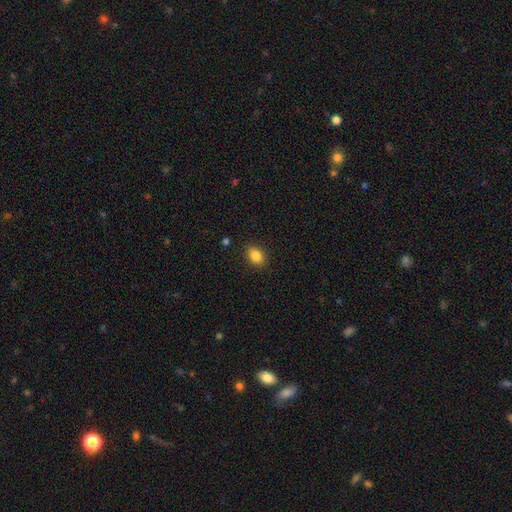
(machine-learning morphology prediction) Smooth or featured? Predicted: smooth (p=0.86). How rounded? Predicted: in between (p=0.78). Merging? Predicted: none (p=0.88).